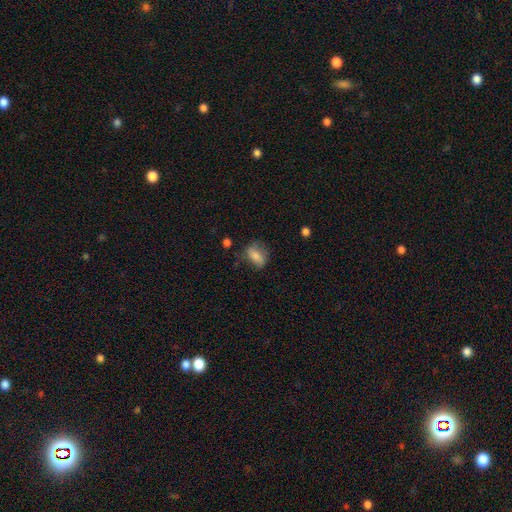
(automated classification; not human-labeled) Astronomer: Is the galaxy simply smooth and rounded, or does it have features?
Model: smooth — 69%.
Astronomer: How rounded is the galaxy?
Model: in between — 80%.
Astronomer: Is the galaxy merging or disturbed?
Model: none — 56%.